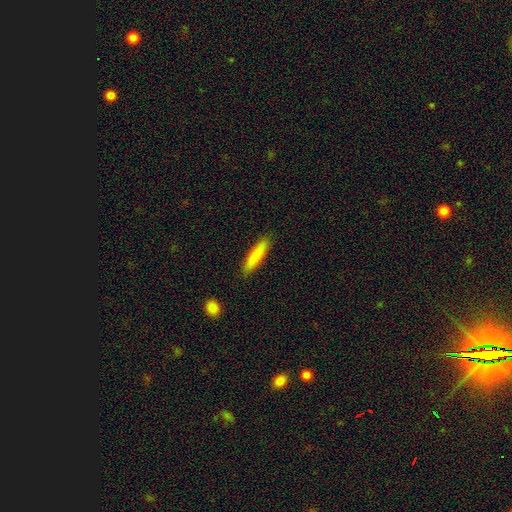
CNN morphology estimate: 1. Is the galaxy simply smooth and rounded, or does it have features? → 83% smooth, 11% featured or disk, 6% star or artifact.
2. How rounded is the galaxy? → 86% cigar-shaped, 13% in between, 1% round.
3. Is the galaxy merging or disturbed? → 89% none, 8% minor disturbance, 2% major disturbance, 1% merger.